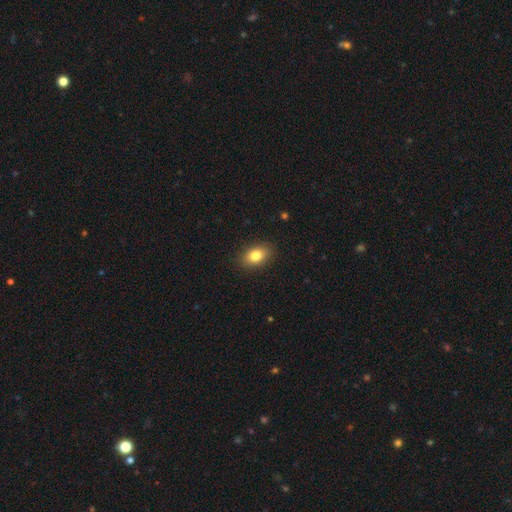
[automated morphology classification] Overall: smooth (81%). How rounded: in between (81%). Merging: none (88%).